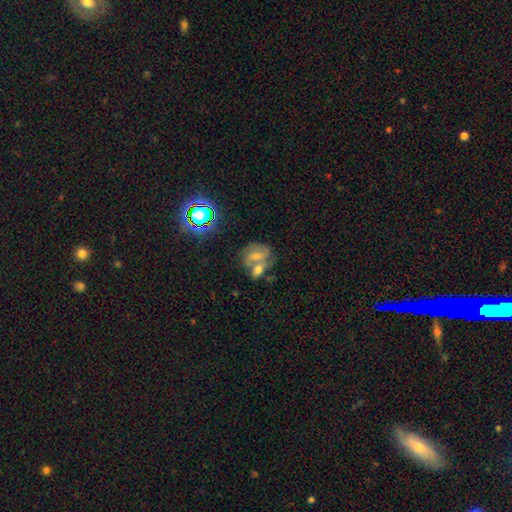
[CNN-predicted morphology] smooth-or-featured: featured or disk: 47% | smooth: 37% | star or artifact: 16%
  merging: merger: 50% | none: 30% | minor disturbance: 12% | major disturbance: 8%